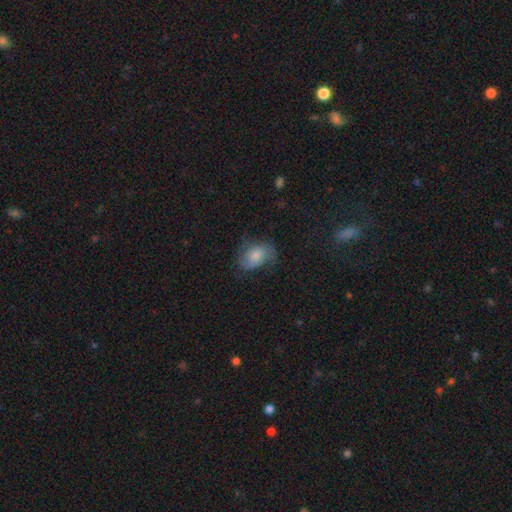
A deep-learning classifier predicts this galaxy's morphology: smooth 63%, featured or disk 28%, star or artifact 9%. Down the decision tree: how rounded — in between (76%); merging — none (51%).